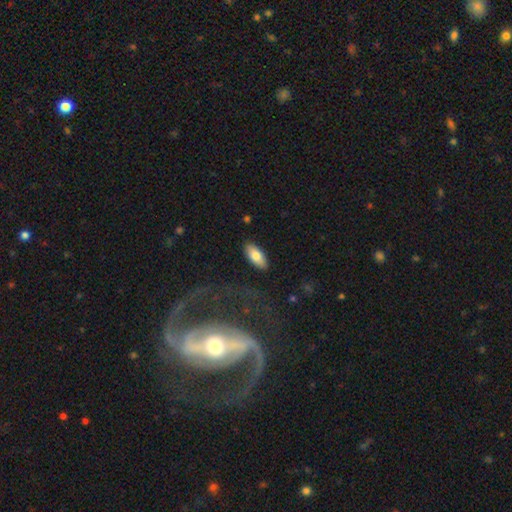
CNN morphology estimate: A smooth galaxy with no disk features (78%) that is in between round and cigar-shaped (85%).

Vote fractions:
- Smooth or featured? smooth: 78% / featured or disk: 15% / star or artifact: 6%
- How rounded? in between: 85% / cigar-shaped: 13% / round: 2%
- Merging? none: 88% / minor disturbance: 9% / major disturbance: 2% / merger: 1%